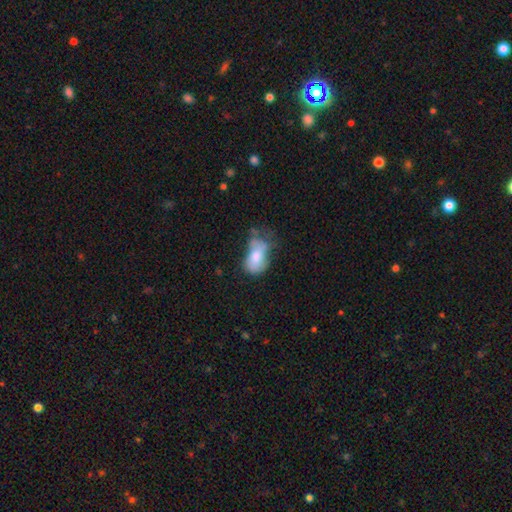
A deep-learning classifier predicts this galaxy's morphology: This appears to be a smooth galaxy with no disk features (69%) that is in between round and cigar-shaped (87%). Merging: major disturbance (33%).